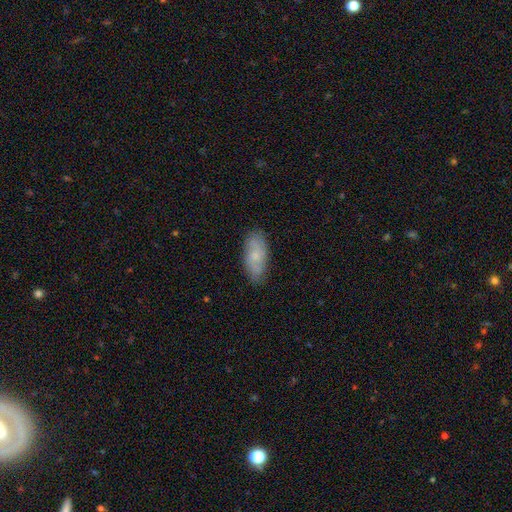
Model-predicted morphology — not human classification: Q: Smooth or featured?
A: smooth (64%); runner-up: featured or disk (30%)
Q: How rounded?
A: in between (83%); runner-up: cigar-shaped (14%)
Q: Merging?
A: none (81%); runner-up: minor disturbance (15%)